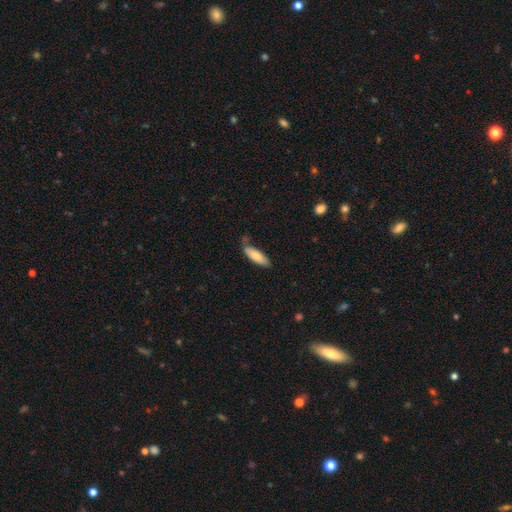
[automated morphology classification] smooth 79%, featured or disk 15%, star or artifact 6%. Down the decision tree: how rounded — in between (50%); merging — none (67%).